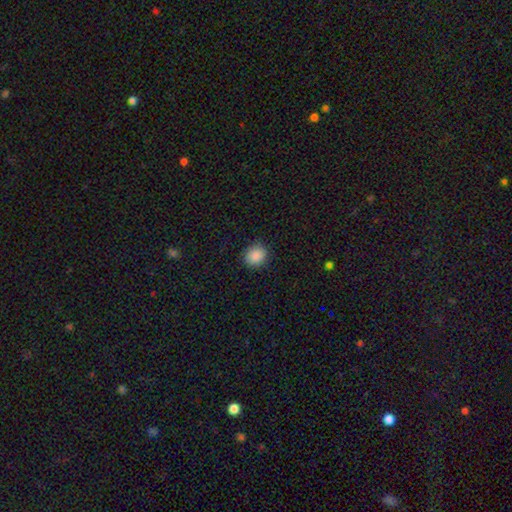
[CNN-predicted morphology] This is clearly a smooth galaxy (88%). How rounded: likely round (72%). Merging: clearly none (87%).